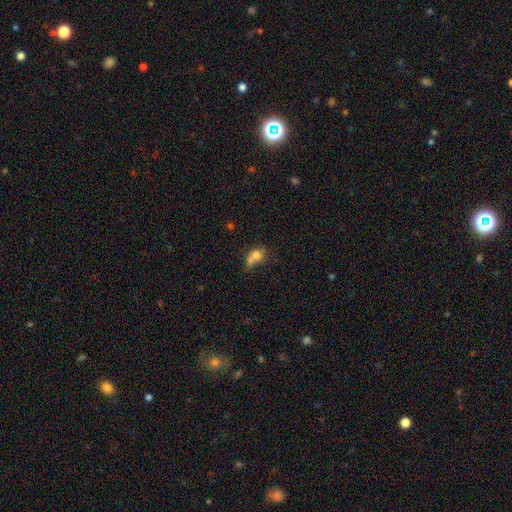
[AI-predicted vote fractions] Smooth or featured: smooth — 70% (featured or disk — 17%)
How rounded: round — 49% (tied with in between — 49%)
Merging: merger — 47% (none — 23%)